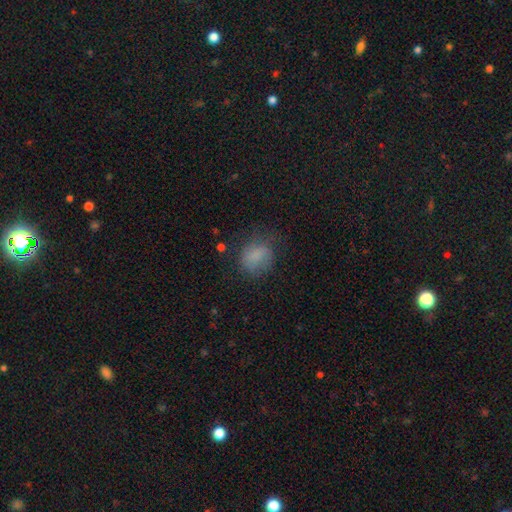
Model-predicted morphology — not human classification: type=smooth (77%); roundness=in between (50%); merging=none (59%).